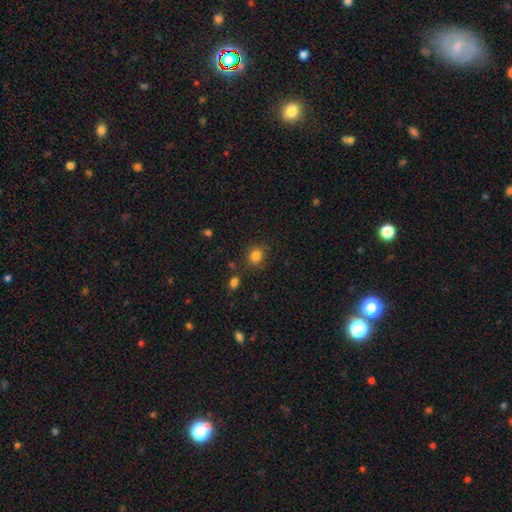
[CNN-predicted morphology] Smooth or featured? smooth (83%)
How rounded? round (81%)
Merging? none (82%)